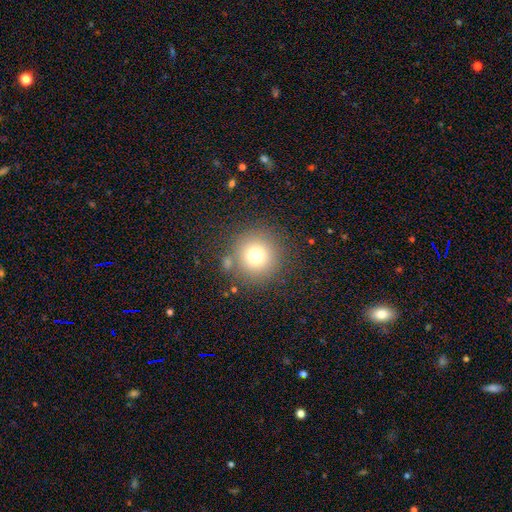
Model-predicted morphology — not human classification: Smooth or featured? Predicted: smooth (p=0.74). How rounded? Predicted: round (p=0.95). Merging? Predicted: none (p=0.83).